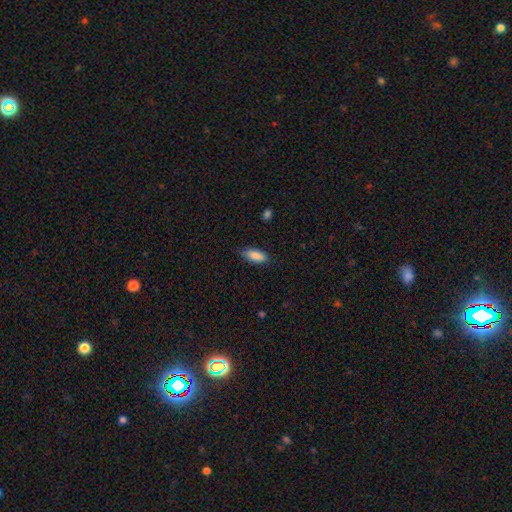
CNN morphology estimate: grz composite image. It shows a smooth galaxy with no disk features (87%) that is in between round and cigar-shaped (81%). Merging: none (82%).